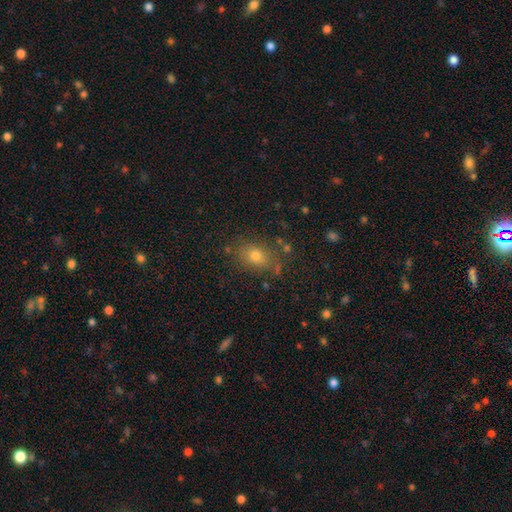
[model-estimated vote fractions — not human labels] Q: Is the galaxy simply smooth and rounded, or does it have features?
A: smooth — 72%.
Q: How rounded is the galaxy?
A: in between — 62%.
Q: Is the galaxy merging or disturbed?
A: none — 78%.